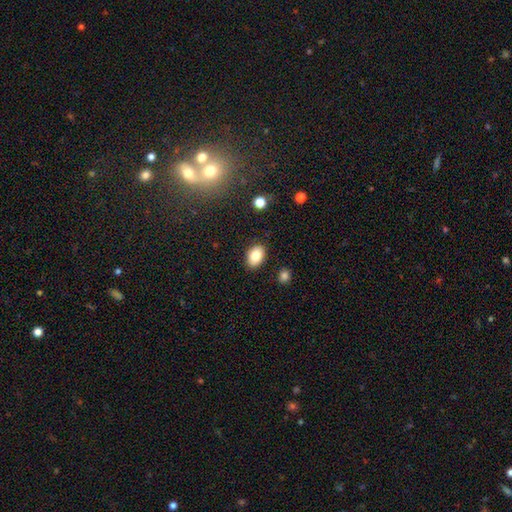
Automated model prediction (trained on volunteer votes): Morphology: type=smooth (83%); roundness=in between (85%); merging=none (86%).